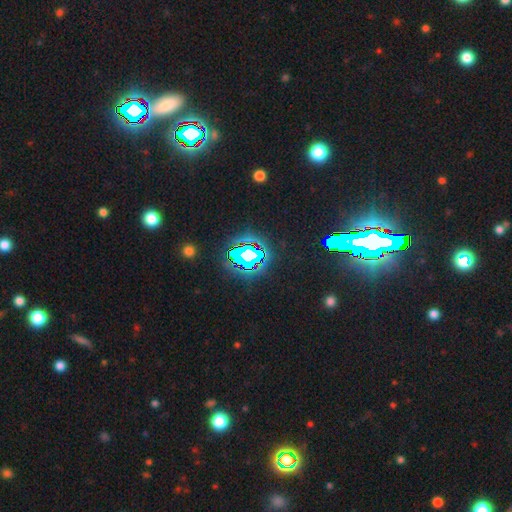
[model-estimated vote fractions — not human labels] This is likely a star or artifact rather than a galaxy (79%).